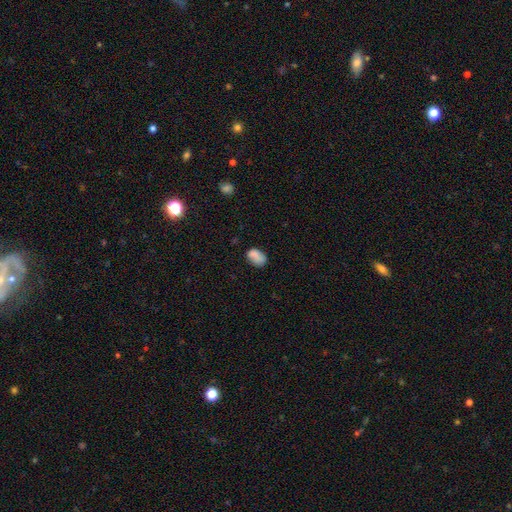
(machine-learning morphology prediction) smooth-or-featured: smooth: 82% | star or artifact: 10% | featured or disk: 9%
  how-rounded: in between: 84% | round: 15% | cigar-shaped: 1%
  merging: none: 62% | minor disturbance: 25% | major disturbance: 7% | merger: 5%